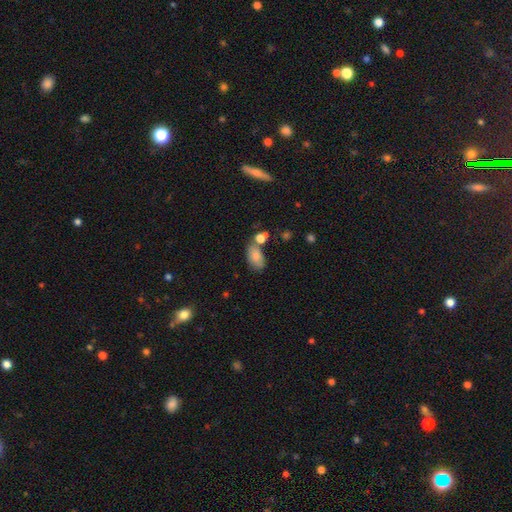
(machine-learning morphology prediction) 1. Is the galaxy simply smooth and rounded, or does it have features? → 79% smooth, 12% featured or disk, 9% star or artifact.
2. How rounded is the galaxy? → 91% in between, 7% round, 2% cigar-shaped.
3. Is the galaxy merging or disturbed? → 53% none, 21% merger, 20% minor disturbance, 6% major disturbance.